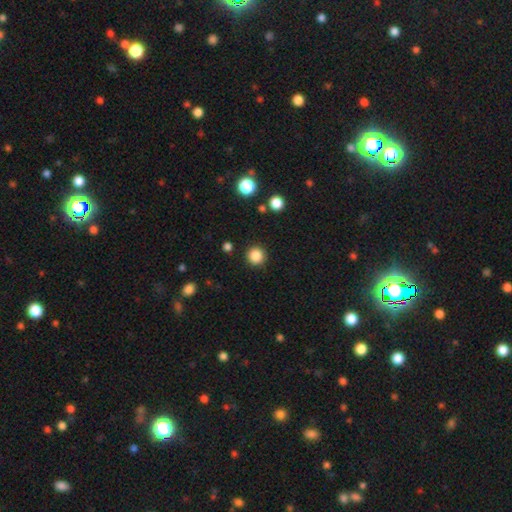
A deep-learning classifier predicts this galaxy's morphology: smooth-or-featured: smooth: 86% | star or artifact: 11% | featured or disk: 3%
  how-rounded: round: 95% | in between: 4% | cigar-shaped: 1%
  merging: none: 92% | minor disturbance: 5% | major disturbance: 2% | merger: 1%